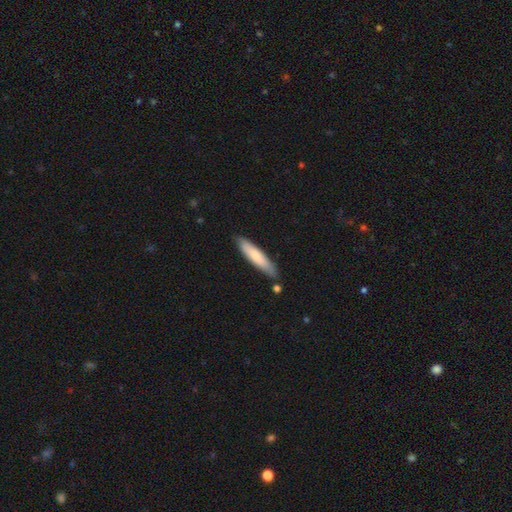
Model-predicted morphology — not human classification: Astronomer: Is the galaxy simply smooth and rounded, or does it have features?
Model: smooth — 72%.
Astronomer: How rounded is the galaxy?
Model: cigar-shaped — 83%.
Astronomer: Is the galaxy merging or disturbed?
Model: none — 80%.